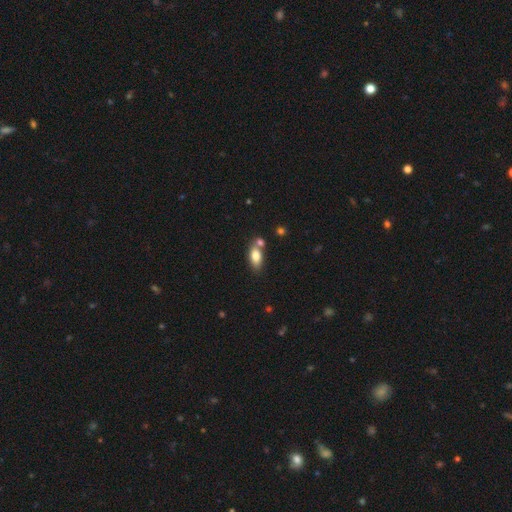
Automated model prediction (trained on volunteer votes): smooth-or-featured: smooth: 80% | featured or disk: 12% | star or artifact: 8%
  how-rounded: in between: 87% | cigar-shaped: 8% | round: 5%
  merging: none: 57% | merger: 25% | minor disturbance: 14% | major disturbance: 4%